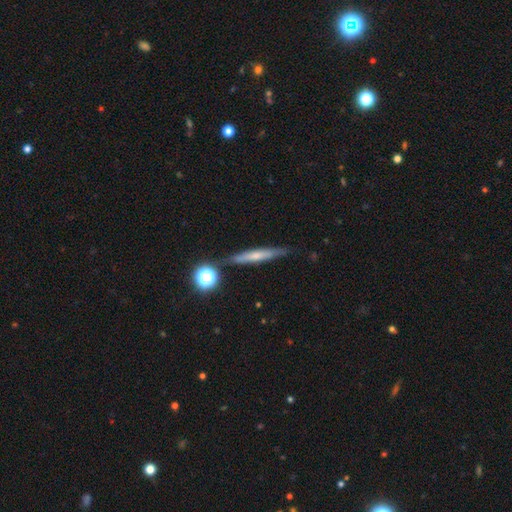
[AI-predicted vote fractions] A smooth galaxy with no disk features (49%).

Vote fractions:
- Smooth or featured? smooth: 49% / featured or disk: 41% / star or artifact: 10%
- Merging? none: 82% / minor disturbance: 11% / merger: 4% / major disturbance: 3%